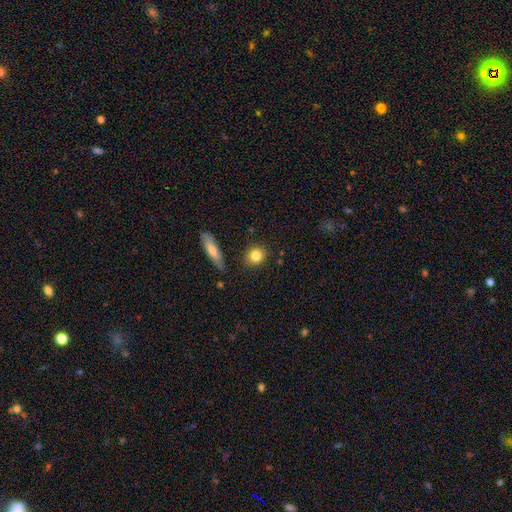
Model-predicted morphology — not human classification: This is clearly a smooth galaxy (81%). How rounded: likely round (73%). Merging: clearly none (85%).